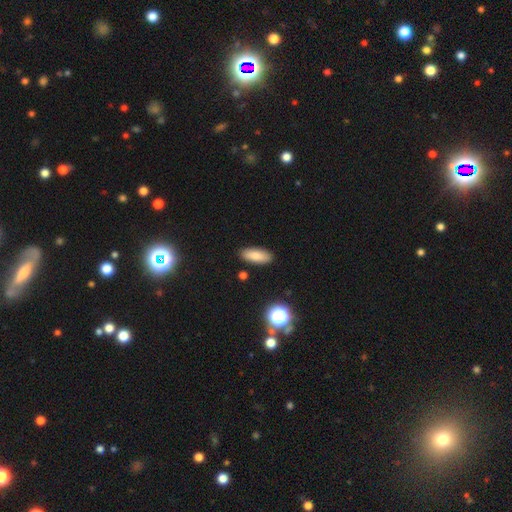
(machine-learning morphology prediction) Smooth or featured? smooth (82%)
How rounded? in between (74%)
Merging? none (88%)